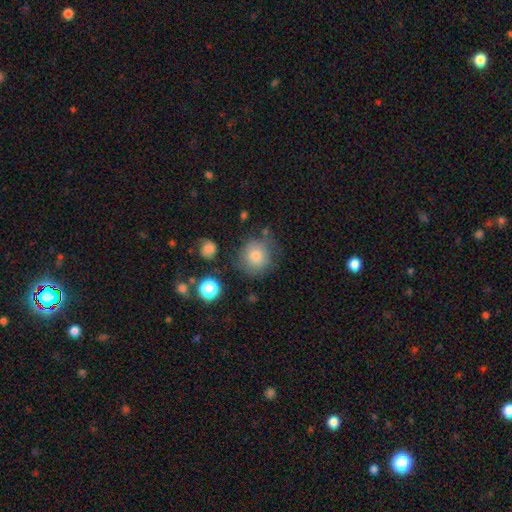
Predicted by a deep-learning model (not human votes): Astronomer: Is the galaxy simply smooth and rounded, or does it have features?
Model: smooth — 78%.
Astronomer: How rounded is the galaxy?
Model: round — 90%.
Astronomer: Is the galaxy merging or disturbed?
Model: none — 74%.